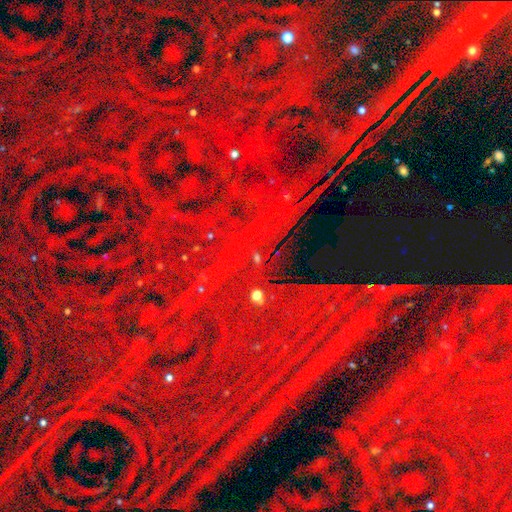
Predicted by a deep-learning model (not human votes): Overall: star or artifact (87%).